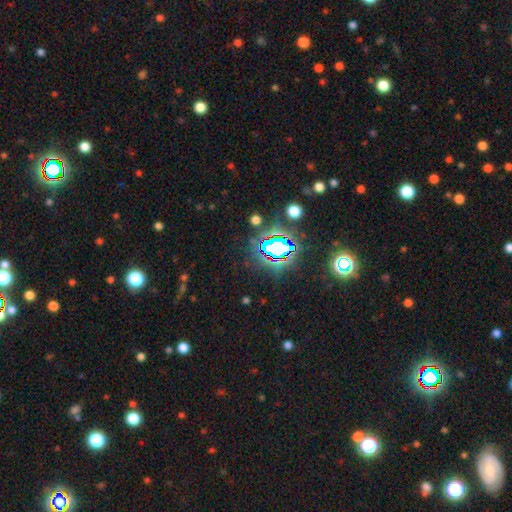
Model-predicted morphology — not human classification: star or artifact 81%, smooth 12%, featured or disk 7%.